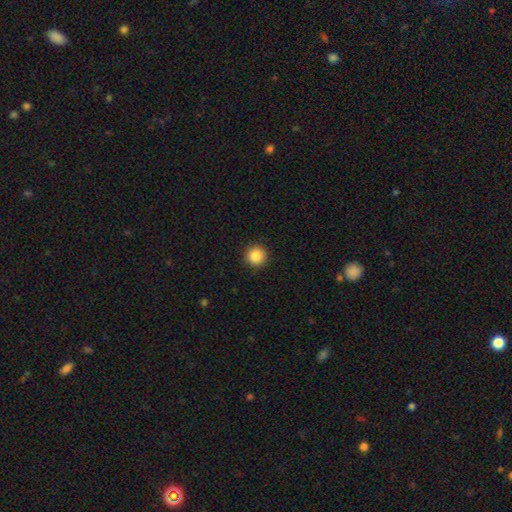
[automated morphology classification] A smooth galaxy with no disk features (88%) that is round (95%).

Vote fractions:
- Smooth or featured? smooth: 88% / star or artifact: 9% / featured or disk: 3%
- How rounded? round: 95% / in between: 4% / cigar-shaped: 1%
- Merging? none: 92% / minor disturbance: 5% / major disturbance: 2% / merger: 1%